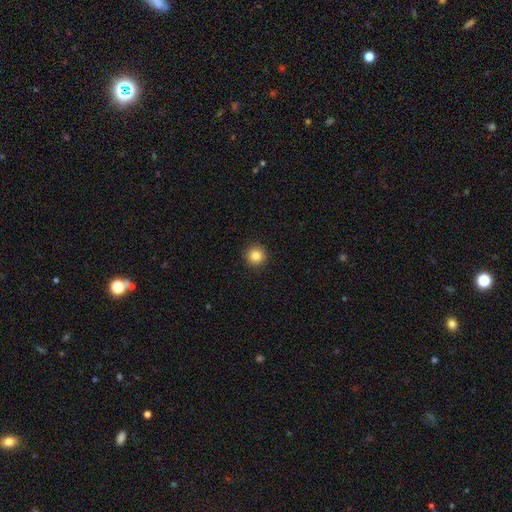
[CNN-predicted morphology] The model was most divided on "smooth or featured": smooth: 85%, star or artifact: 10%, featured or disk: 4%. More confident: how rounded — round (95%); merging — none (93%).